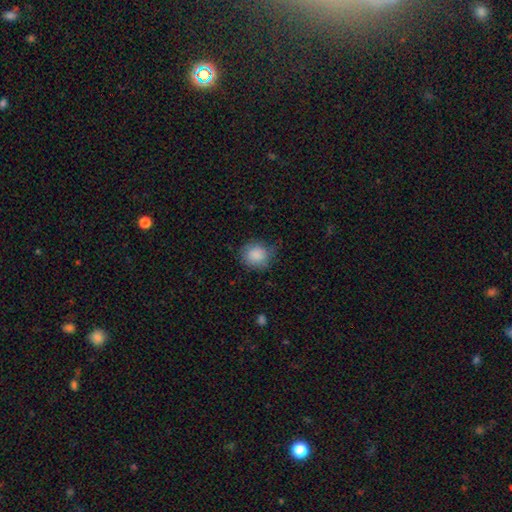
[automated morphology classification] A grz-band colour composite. It shows a smooth galaxy with no disk features (87%) that is round (83%). Merging: none (72%).